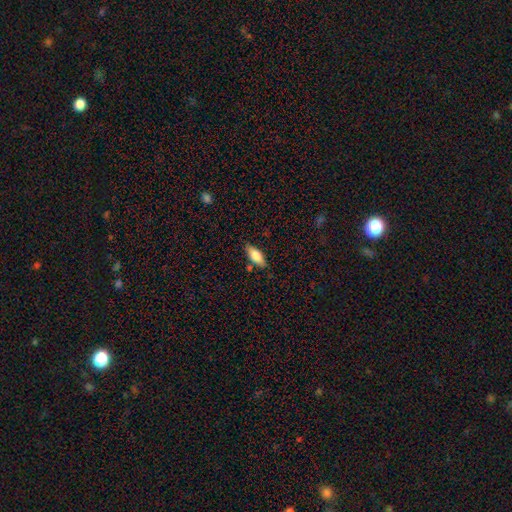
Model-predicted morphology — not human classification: A smooth galaxy with no disk features (75%) that is in between round and cigar-shaped (80%). Merging: none (80%).